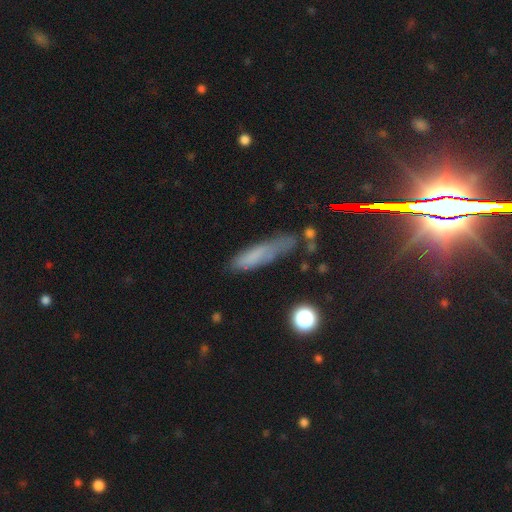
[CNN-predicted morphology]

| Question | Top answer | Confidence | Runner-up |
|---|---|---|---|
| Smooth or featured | smooth | 65% | featured or disk (21%) |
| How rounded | cigar-shaped | 72% | in between (25%) |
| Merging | none | 50% | minor disturbance (30%) |